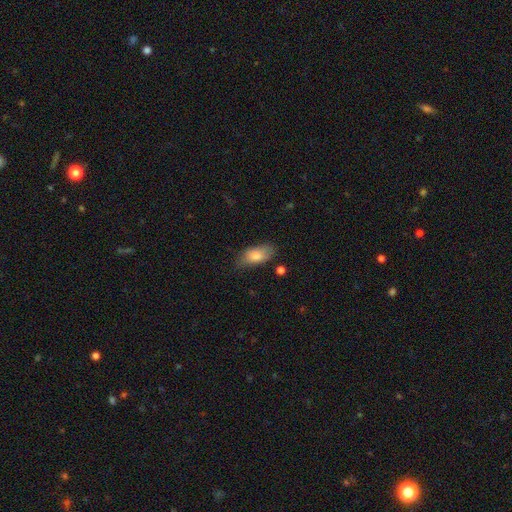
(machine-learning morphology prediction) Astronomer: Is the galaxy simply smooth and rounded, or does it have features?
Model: smooth — 78%.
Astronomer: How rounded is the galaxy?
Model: in between — 88%.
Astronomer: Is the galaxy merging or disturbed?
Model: none — 63%.